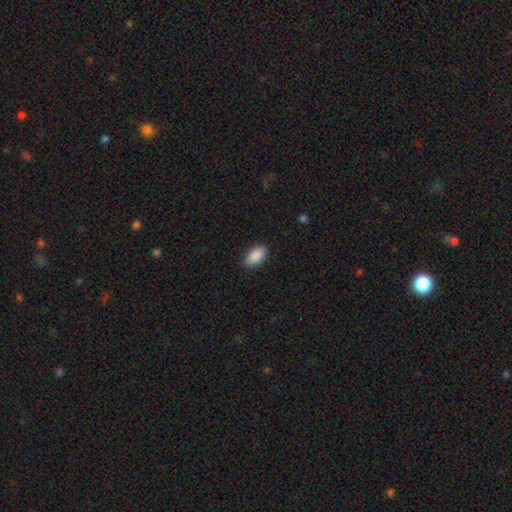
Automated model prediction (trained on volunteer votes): This appears to be a smooth galaxy with no disk features (90%) that is in between round and cigar-shaped (93%). Merging: none (86%).